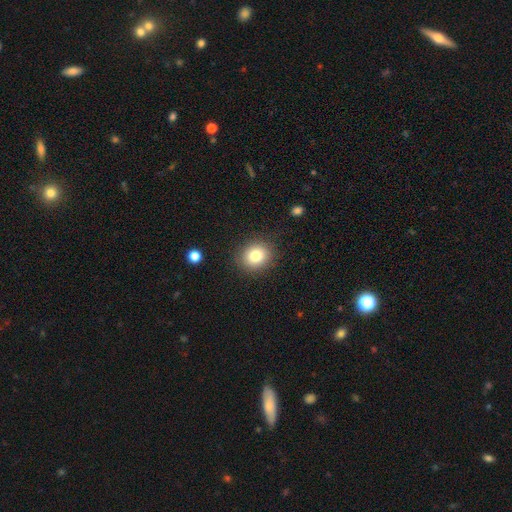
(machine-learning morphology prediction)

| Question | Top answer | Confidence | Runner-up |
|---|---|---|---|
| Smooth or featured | smooth | 80% | star or artifact (11%) |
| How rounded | round | 72% | in between (27%) |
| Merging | none | 87% | minor disturbance (8%) |